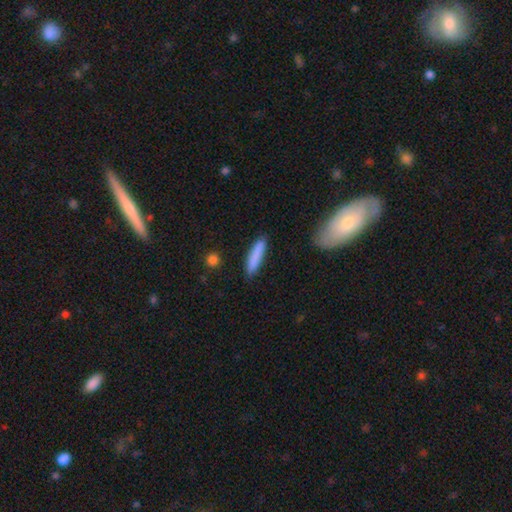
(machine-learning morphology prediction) Q: Smooth or featured?
A: smooth (84%); runner-up: featured or disk (10%)
Q: How rounded?
A: cigar-shaped (85%); runner-up: in between (14%)
Q: Merging?
A: none (87%); runner-up: minor disturbance (9%)